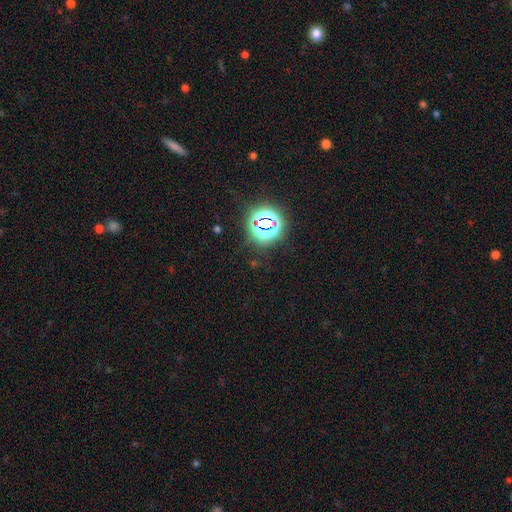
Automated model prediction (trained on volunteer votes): This appears to be a star or artifact, not a galaxy (77%).